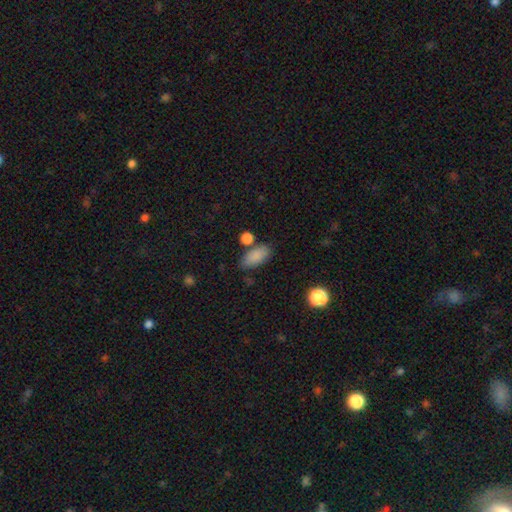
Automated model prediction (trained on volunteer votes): Overall: smooth (86%). How rounded: in between (89%). Merging: none (72%).